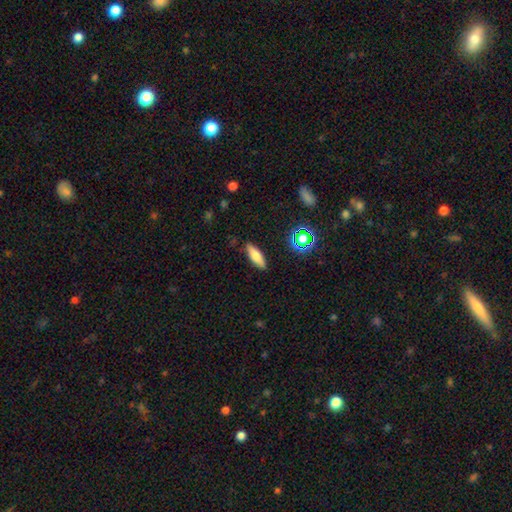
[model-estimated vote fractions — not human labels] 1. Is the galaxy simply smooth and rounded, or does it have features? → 71% smooth, 19% featured or disk, 10% star or artifact.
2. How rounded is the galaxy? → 50% in between, 47% cigar-shaped, 3% round.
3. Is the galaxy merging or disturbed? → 86% none, 10% minor disturbance, 2% major disturbance, 2% merger.